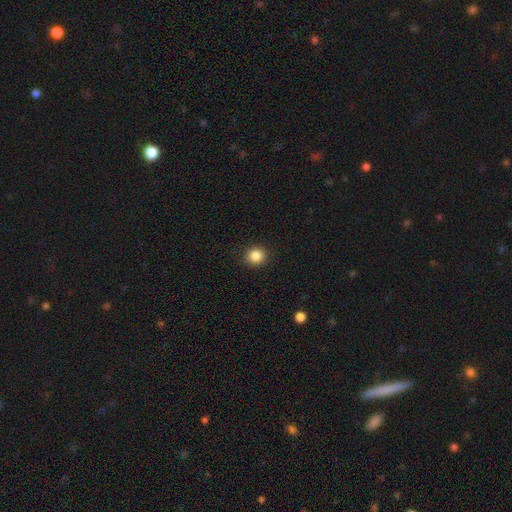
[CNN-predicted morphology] Smooth or featured?
  - smooth: 86% *
  - star or artifact: 10%
  - featured or disk: 4%
How rounded?
  - round: 87% *
  - in between: 12%
  - cigar-shaped: 1%
Merging?
  - none: 91% *
  - minor disturbance: 6%
  - major disturbance: 2%
  - merger: 1%